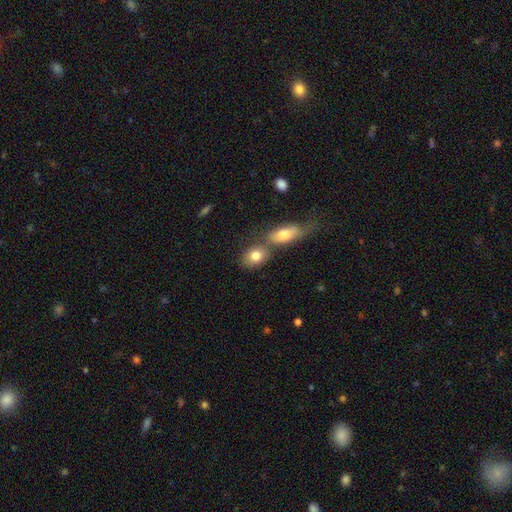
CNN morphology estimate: A smooth galaxy with no disk features (80%) that is in between round and cigar-shaped (62%).

Vote fractions:
- Smooth or featured? smooth: 80% / featured or disk: 12% / star or artifact: 8%
- How rounded? in between: 62% / round: 36% / cigar-shaped: 3%
- Merging? none: 50% / merger: 36% / minor disturbance: 10% / major disturbance: 4%